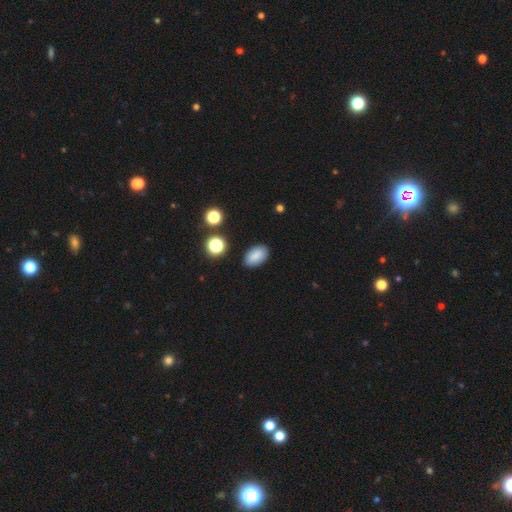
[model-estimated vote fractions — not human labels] Smooth or featured? Predicted: smooth (p=0.85). How rounded? Predicted: in between (p=0.92). Merging? Predicted: none (p=0.86).